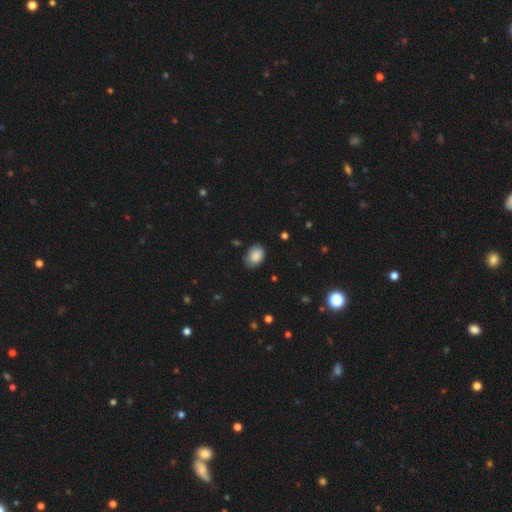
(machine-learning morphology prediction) smooth_or_featured: smooth (p=0.86) [alt: star or artifact p=0.08]
how_rounded: in between (p=0.75) [alt: round p=0.24]
merging: none (p=0.75) [alt: minor disturbance p=0.20]